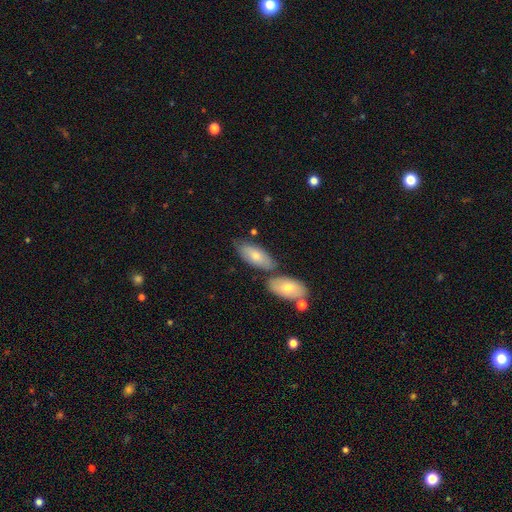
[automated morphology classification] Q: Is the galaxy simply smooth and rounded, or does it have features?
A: smooth — 72%.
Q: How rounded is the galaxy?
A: in between — 86%.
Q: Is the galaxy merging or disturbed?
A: none — 57%.